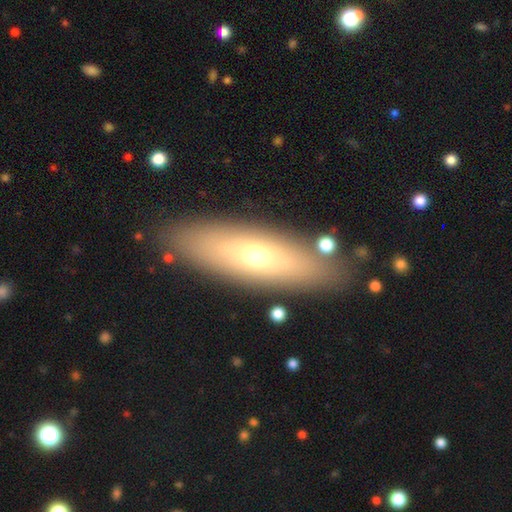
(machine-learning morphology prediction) type=smooth (52%); roundness=cigar-shaped (51%); merging=none (85%).